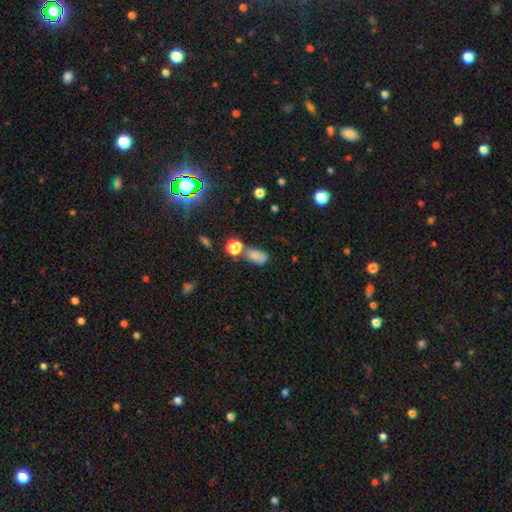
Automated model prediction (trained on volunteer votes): Overall: smooth (72%). How rounded: in between (81%). Merging: none (45%; minor disturbance 23%).